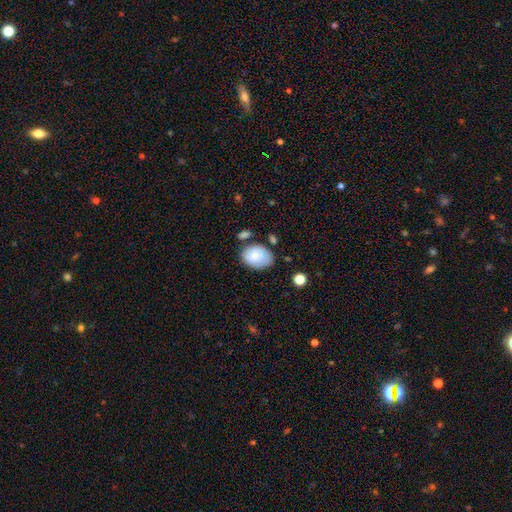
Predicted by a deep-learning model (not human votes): Smooth or featured? Predicted: smooth (p=0.83). How rounded? Predicted: in between (p=0.79). Merging? Predicted: none (p=0.65).